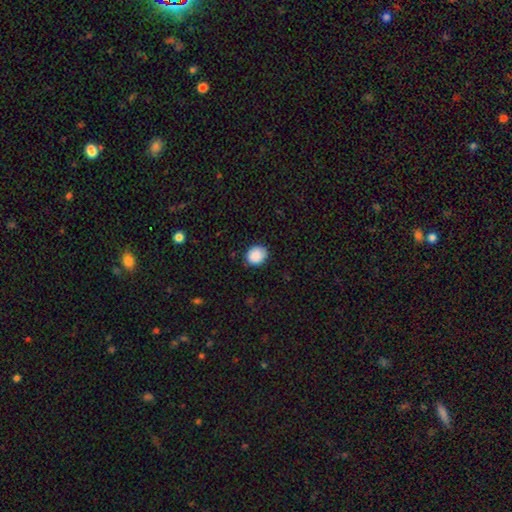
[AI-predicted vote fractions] Morphology: type=smooth (89%); roundness=round (73%); merging=none (86%).